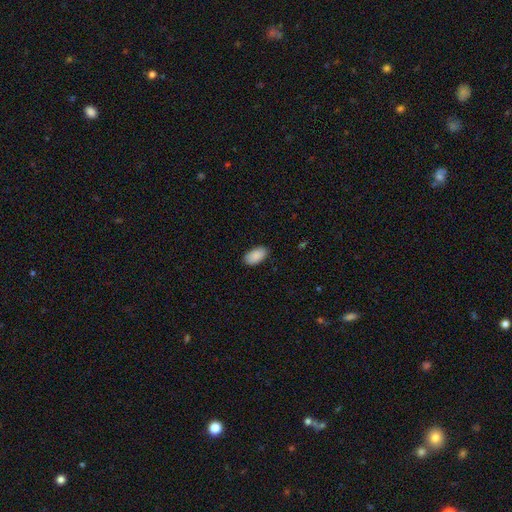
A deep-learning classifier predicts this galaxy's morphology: type=smooth (90%); roundness=in between (95%); merging=none (87%).